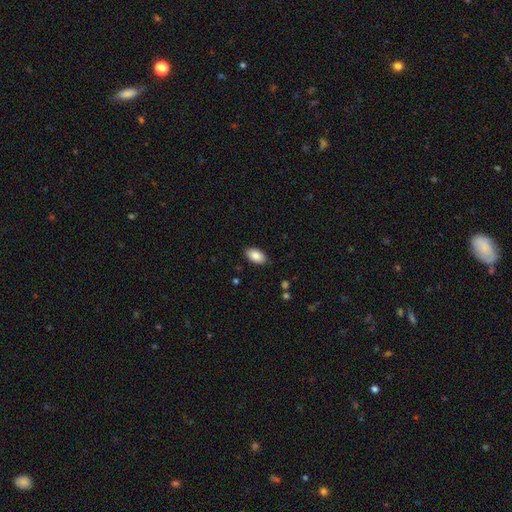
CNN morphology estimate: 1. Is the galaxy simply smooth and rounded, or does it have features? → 87% smooth, 7% star or artifact, 6% featured or disk.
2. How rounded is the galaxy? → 94% in between, 5% round, 2% cigar-shaped.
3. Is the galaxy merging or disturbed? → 87% none, 10% minor disturbance, 2% major disturbance, 1% merger.